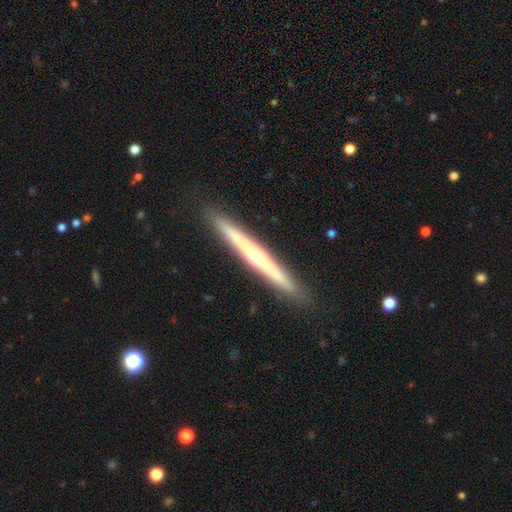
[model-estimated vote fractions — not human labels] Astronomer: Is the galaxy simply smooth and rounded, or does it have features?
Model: featured or disk — 65%.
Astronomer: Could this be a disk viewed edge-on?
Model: yes — 96%.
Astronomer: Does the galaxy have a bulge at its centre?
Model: rounded — 65%.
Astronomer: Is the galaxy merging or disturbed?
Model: none — 91%.